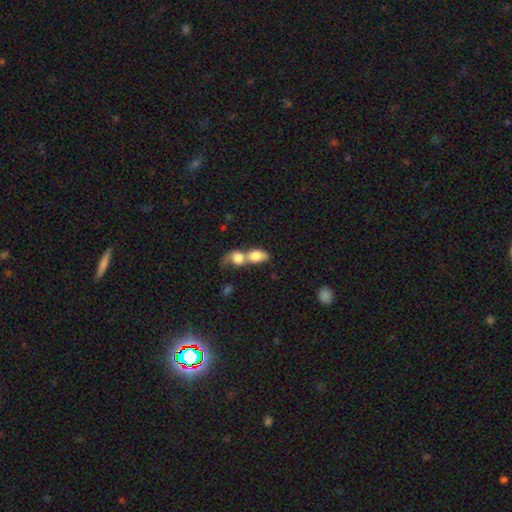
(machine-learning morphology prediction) Overall: smooth (74%). How rounded: in between (69%). Merging: merger (81%).